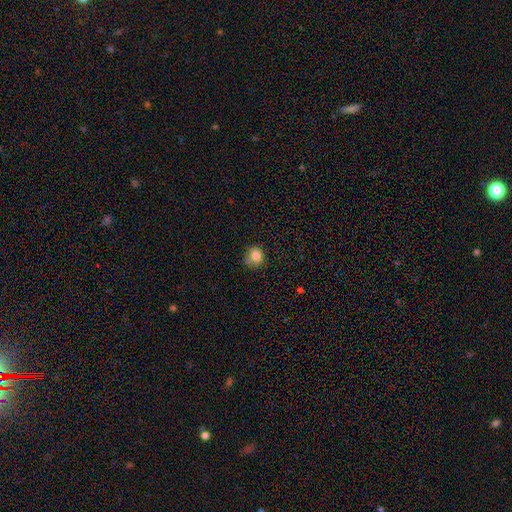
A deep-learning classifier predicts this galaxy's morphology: A smooth galaxy with no disk features (84%) that is round (84%). Merging: none (67%).